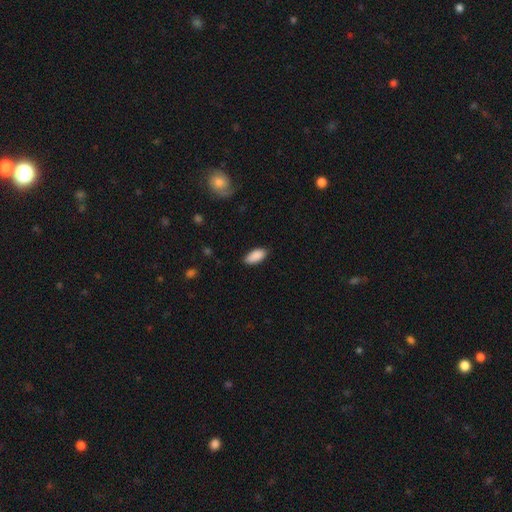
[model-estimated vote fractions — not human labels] smooth 89%, star or artifact 6%, featured or disk 4%. Down the decision tree: how rounded — in between (88%); merging — none (83%).